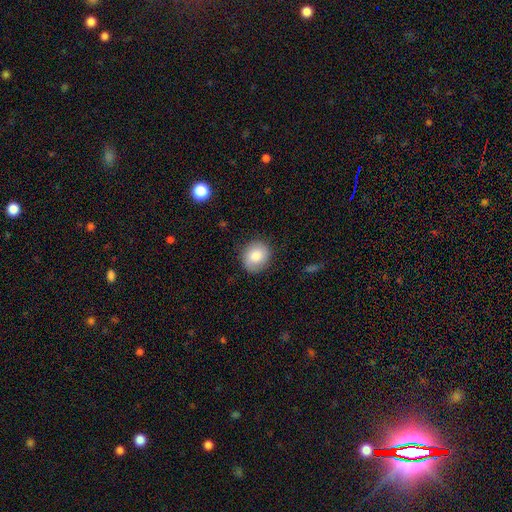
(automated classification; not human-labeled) This is clearly a smooth galaxy (80%). How rounded: likely round (78%). Merging: clearly none (85%).